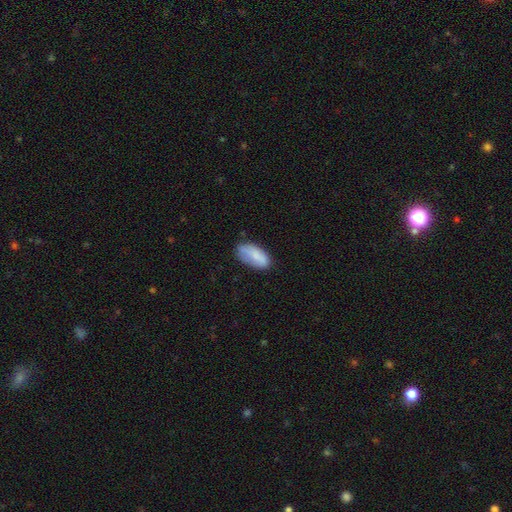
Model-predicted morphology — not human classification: Smooth or featured? Predicted: smooth (p=0.80). How rounded? Predicted: in between (p=0.92). Merging? Predicted: none (p=0.62).